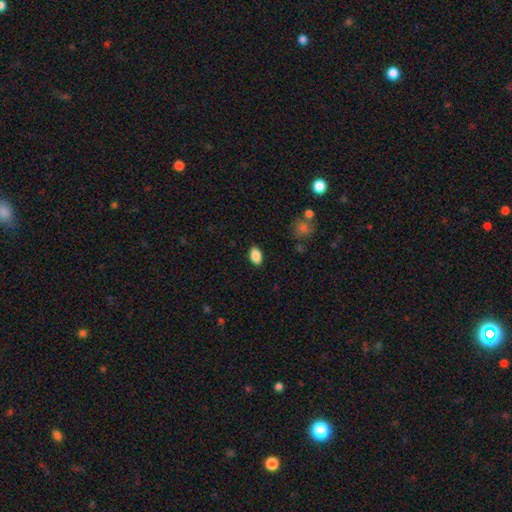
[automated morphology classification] type=smooth (88%); roundness=in between (90%); merging=none (88%).